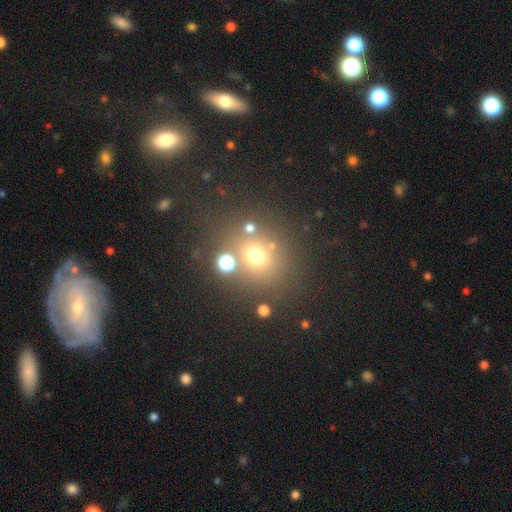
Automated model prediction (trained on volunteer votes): Q: Smooth or featured?
A: smooth (62%); runner-up: star or artifact (25%)
Q: How rounded?
A: round (79%); runner-up: in between (20%)
Q: Merging?
A: none (73%); runner-up: merger (11%)